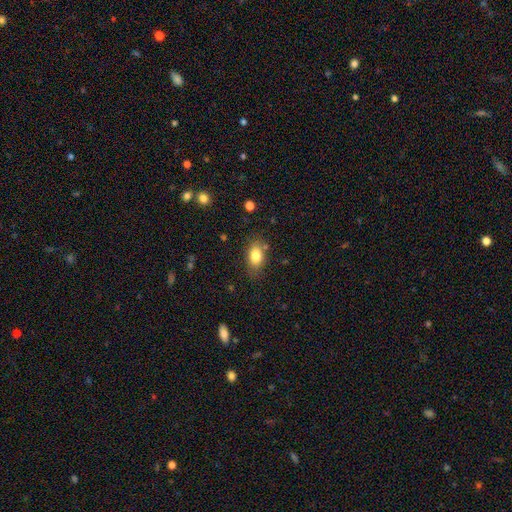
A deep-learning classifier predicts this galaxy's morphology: This is clearly a smooth galaxy (82%). How rounded: clearly in between (85%). Merging: likely none (77%).